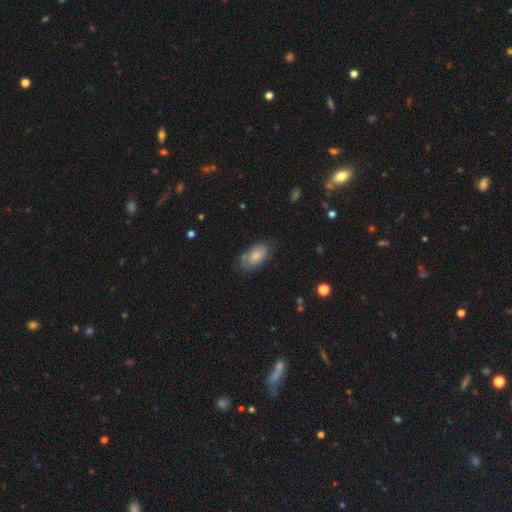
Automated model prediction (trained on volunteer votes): A smooth galaxy with no disk features (64%) that is in between round and cigar-shaped (92%).

Vote fractions:
- Smooth or featured? smooth: 64% / featured or disk: 29% / star or artifact: 7%
- How rounded? in between: 92% / round: 5% / cigar-shaped: 2%
- Merging? none: 67% / minor disturbance: 23% / major disturbance: 7% / merger: 2%